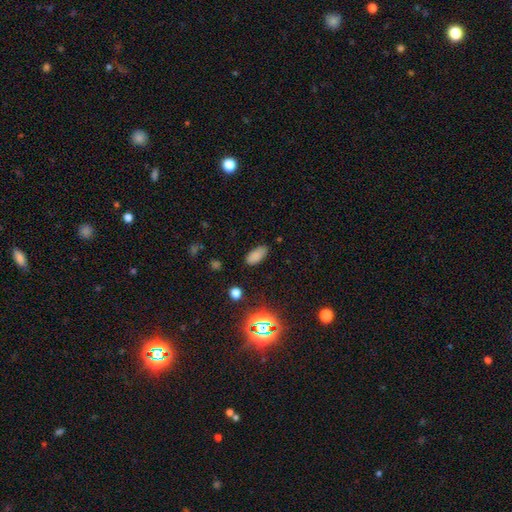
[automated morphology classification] This appears to be a smooth galaxy with no disk features (81%) that is in between round and cigar-shaped (89%). Merging: none (82%).